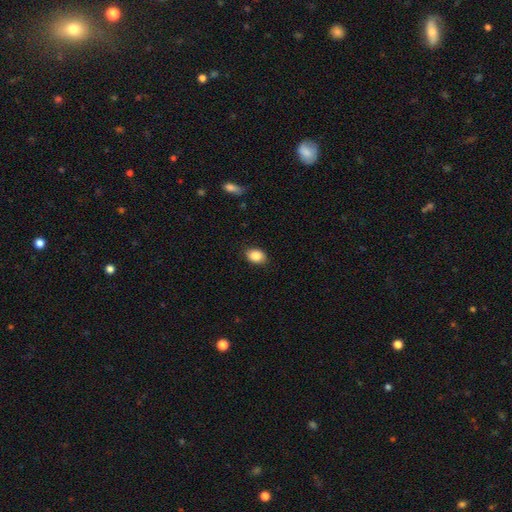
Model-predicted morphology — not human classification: This appears to be a smooth galaxy with no disk features (87%) that is in between round and cigar-shaped (71%). Merging: none (87%).